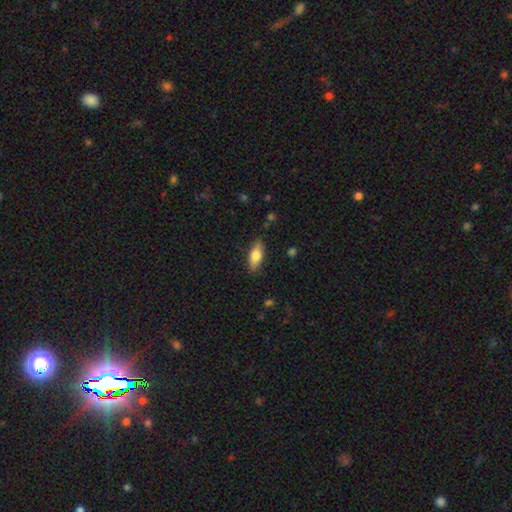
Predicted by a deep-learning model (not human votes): Smooth or featured? smooth (74%)
How rounded? in between (73%)
Merging? none (86%)